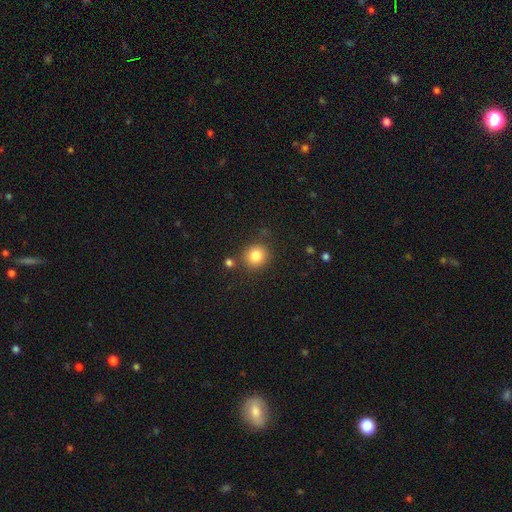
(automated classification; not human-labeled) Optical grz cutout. It shows a smooth galaxy with no disk features (83%) that is round (87%). Merging: none (81%).